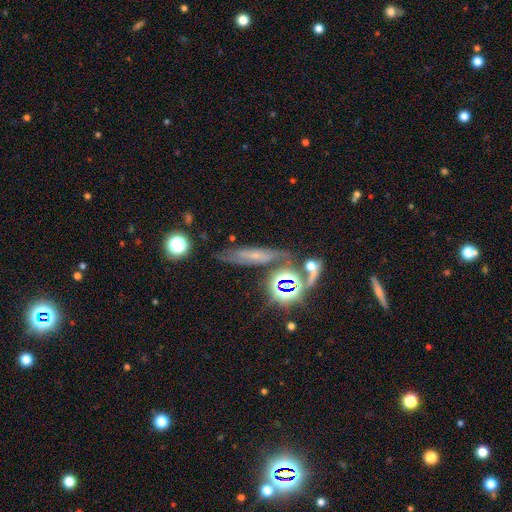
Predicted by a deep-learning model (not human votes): Smooth or featured? Predicted: featured or disk (p=0.44). Merging? Predicted: none (p=0.60).